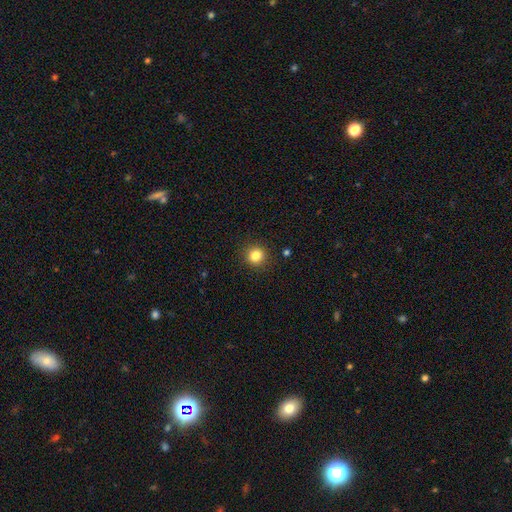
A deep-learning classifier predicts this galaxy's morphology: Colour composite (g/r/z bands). It shows a smooth galaxy with no disk features (83%) that is round (90%). Merging: none (90%).